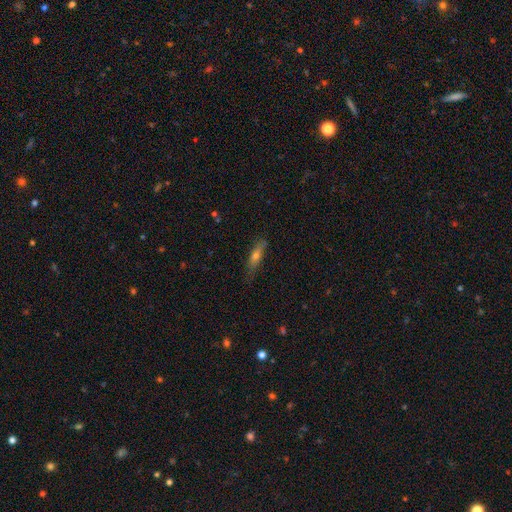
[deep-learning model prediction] A smooth galaxy with no disk features (52%) that is cigar-shaped (74%).

Vote fractions:
- Smooth or featured? smooth: 52% / featured or disk: 40% / star or artifact: 8%
- How rounded? cigar-shaped: 74% / in between: 24% / round: 3%
- Merging? none: 75% / minor disturbance: 20% / major disturbance: 4% / merger: 1%